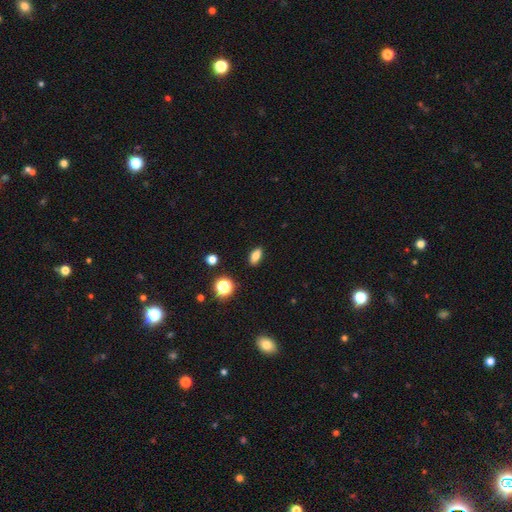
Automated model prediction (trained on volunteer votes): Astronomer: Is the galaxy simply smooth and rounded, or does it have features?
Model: smooth — 79%.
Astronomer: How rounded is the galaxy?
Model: in between — 84%.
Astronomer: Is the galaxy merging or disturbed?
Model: none — 88%.